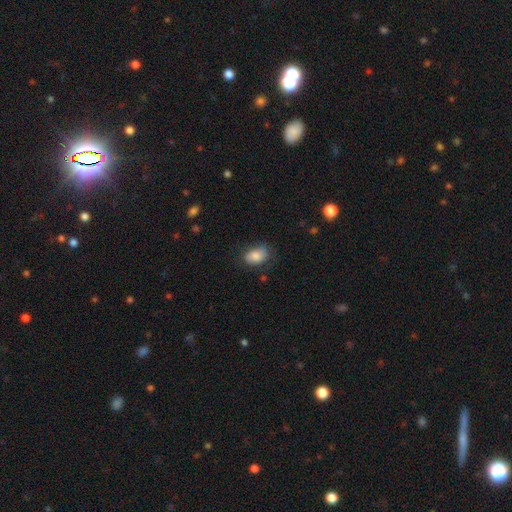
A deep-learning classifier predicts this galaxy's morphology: smooth 84%, featured or disk 8%, star or artifact 8%. Down the decision tree: how rounded — in between (82%); merging — none (71%).